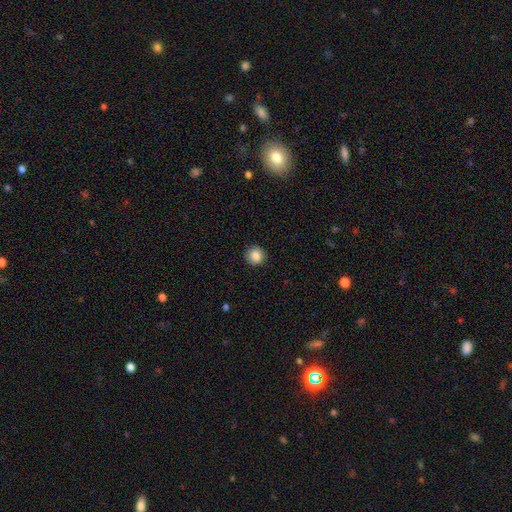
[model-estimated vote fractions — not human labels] The model was most divided on "smooth or featured": smooth: 87%, star or artifact: 9%, featured or disk: 4%. More confident: how rounded — round (93%); merging — none (91%).